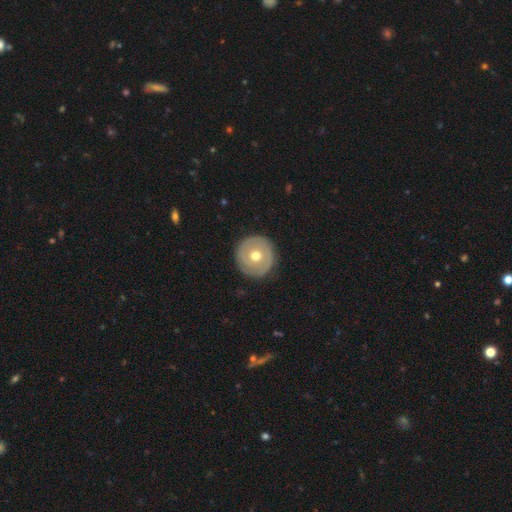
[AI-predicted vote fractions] A featured or disk galaxy (56%) with no bar (83%), no spiral arms (51%) and a moderate central bulge (75%).

Vote fractions:
- Smooth or featured? featured or disk: 56% / smooth: 38% / star or artifact: 6%
- Edge-on disk? no: 96% / yes: 4%
- Bar? no: 83% / weak: 13% / strong: 4%
- Spiral arms? no: 51% / yes: 49%
- Bulge size? moderate: 75% / small: 19% / large: 4% / dominant: 1% / none: 1%
- Merging? none: 88% / minor disturbance: 8% / major disturbance: 3% / merger: 1%